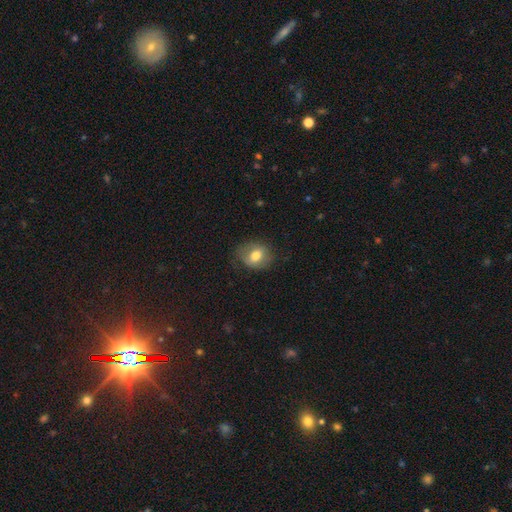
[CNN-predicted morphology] The model was most divided on "how rounded": round: 54%, in between: 45%, cigar-shaped: 1%. More confident: merging — none (72%); smooth or featured — smooth (68%).